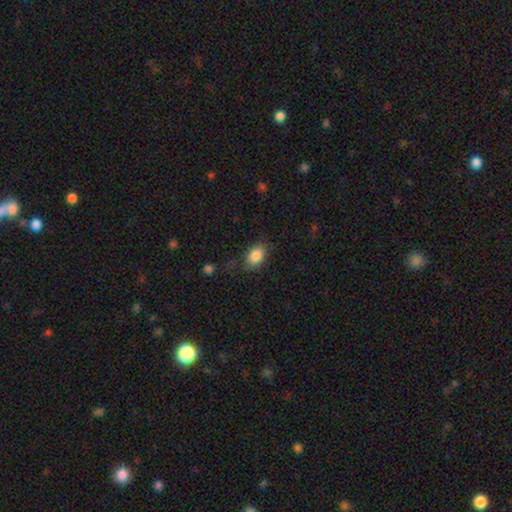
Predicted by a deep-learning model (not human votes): Smooth or featured? Predicted: smooth (p=0.86). How rounded? Predicted: in between (p=0.87). Merging? Predicted: none (p=0.76).